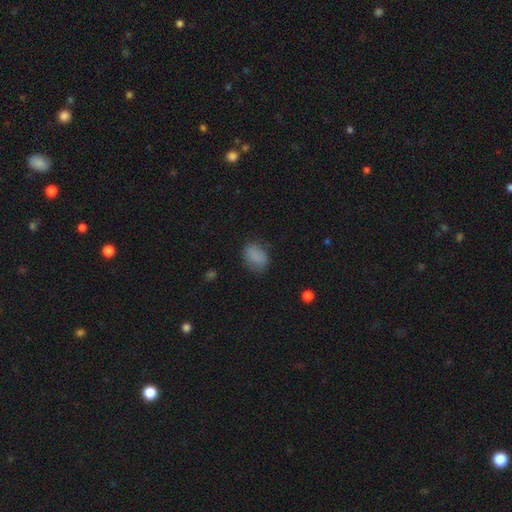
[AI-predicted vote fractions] This is clearly a smooth galaxy (83%). How rounded: likely in between (74%). Merging: likely none (72%).